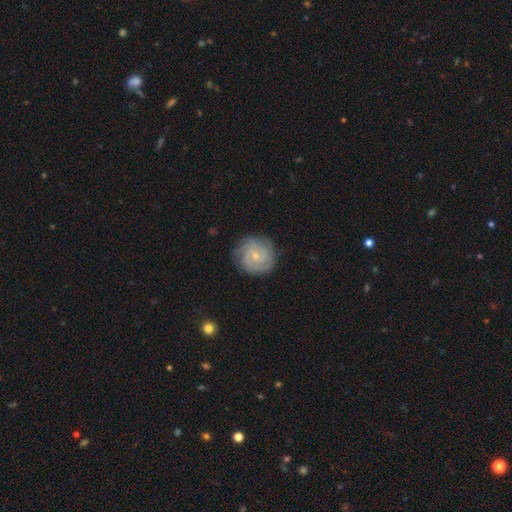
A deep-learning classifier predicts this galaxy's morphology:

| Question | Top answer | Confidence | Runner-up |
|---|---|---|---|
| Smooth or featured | featured or disk | 80% | smooth (14%) |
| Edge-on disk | no | 98% | yes (2%) |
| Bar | no | 57% | weak (37%) |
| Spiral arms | yes | 96% | no (4%) |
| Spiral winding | tight | 73% | medium (23%) |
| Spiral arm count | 2 | 28% | tied: 3 (28%) |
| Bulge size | small | 75% | moderate (20%) |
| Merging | none | 83% | minor disturbance (12%) |